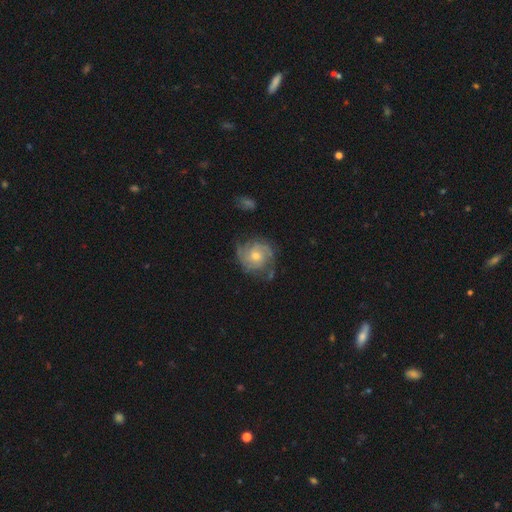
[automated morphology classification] A featured or disk galaxy (83%) with no bar (73%), 2 (30%) tight (55%) spiral arms (95%) and a moderate central bulge (54%). Merging: none (68%).